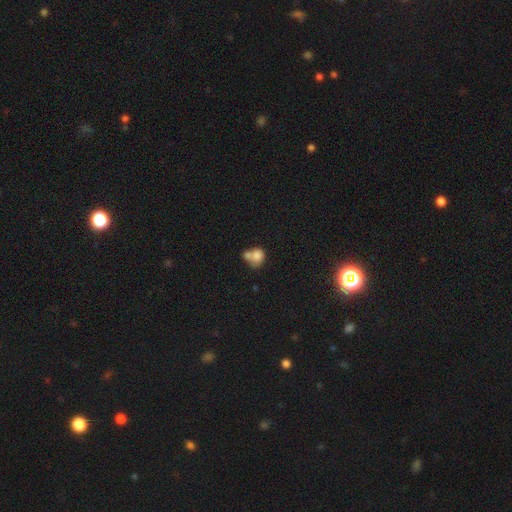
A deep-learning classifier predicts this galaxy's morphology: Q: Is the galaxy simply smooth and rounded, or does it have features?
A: smooth — 77%.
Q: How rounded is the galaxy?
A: round — 62%.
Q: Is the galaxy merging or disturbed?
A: merger — 60%.